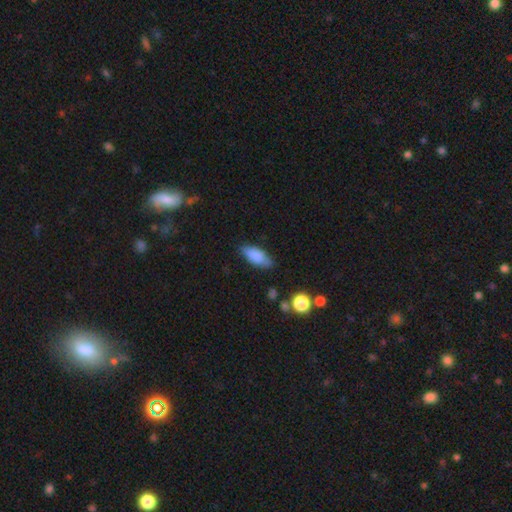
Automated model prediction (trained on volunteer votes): Q: Smooth or featured?
A: smooth (82%); runner-up: featured or disk (10%)
Q: How rounded?
A: in between (81%); runner-up: cigar-shaped (16%)
Q: Merging?
A: none (74%); runner-up: minor disturbance (20%)